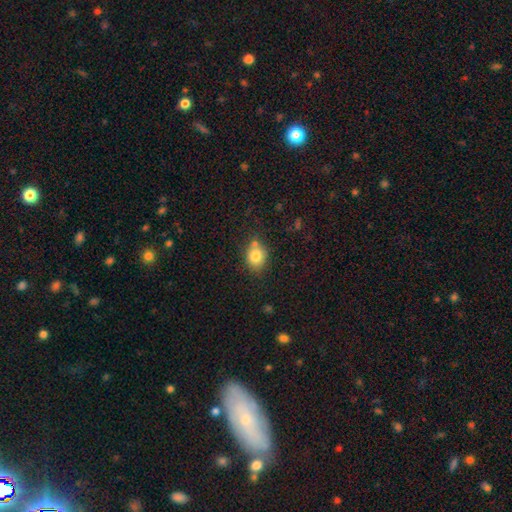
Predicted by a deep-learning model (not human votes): A smooth galaxy with no disk features (80%) that is round (53%). Merging: none (67%).